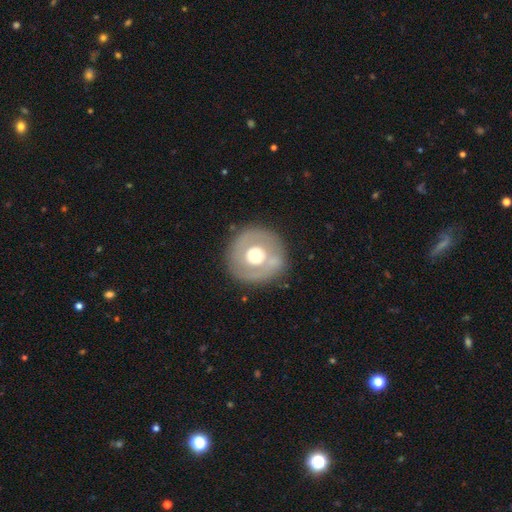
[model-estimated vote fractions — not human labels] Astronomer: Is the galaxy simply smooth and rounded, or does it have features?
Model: featured or disk — 47% (runner-up: smooth, 46%).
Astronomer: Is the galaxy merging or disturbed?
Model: none — 81%.